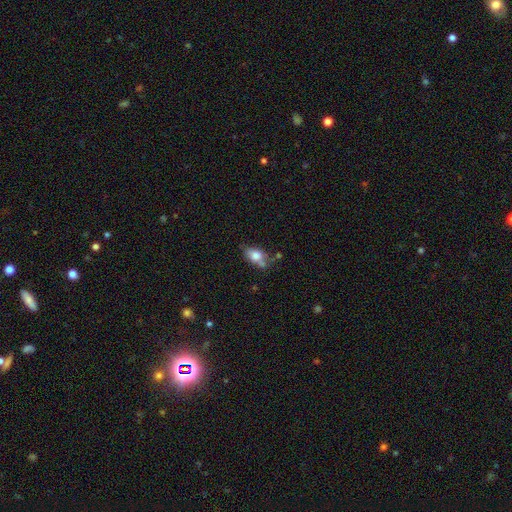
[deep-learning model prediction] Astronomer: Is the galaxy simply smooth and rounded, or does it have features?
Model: smooth — 74%.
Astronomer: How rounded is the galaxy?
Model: in between — 81%.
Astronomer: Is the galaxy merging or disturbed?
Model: none — 48% (runner-up: minor disturbance, 26%).